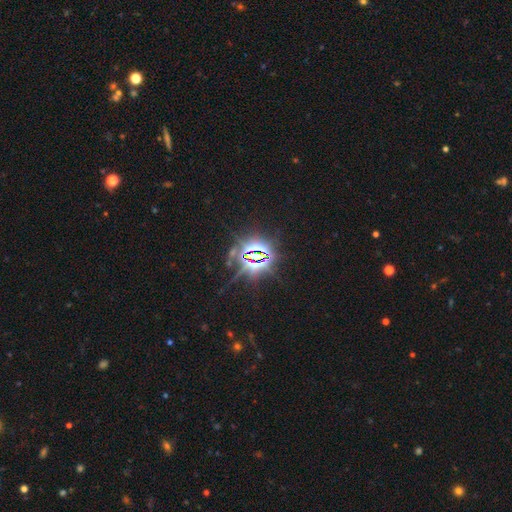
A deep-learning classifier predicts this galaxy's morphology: A star or artifact, not a galaxy (83%).